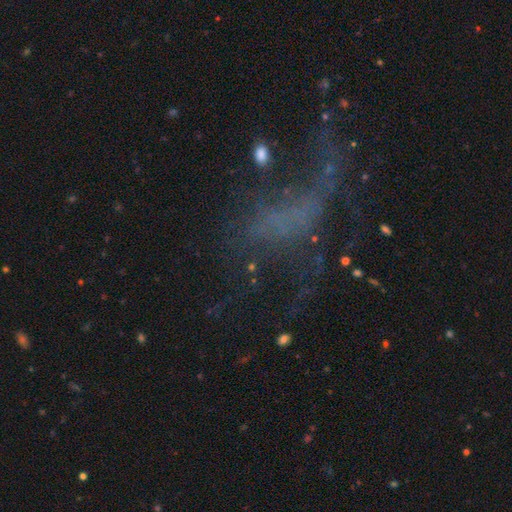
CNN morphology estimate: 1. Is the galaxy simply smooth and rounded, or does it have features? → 46% featured or disk, 30% star or artifact, 24% smooth.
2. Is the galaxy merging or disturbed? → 47% major disturbance, 31% none, 14% minor disturbance, 8% merger.